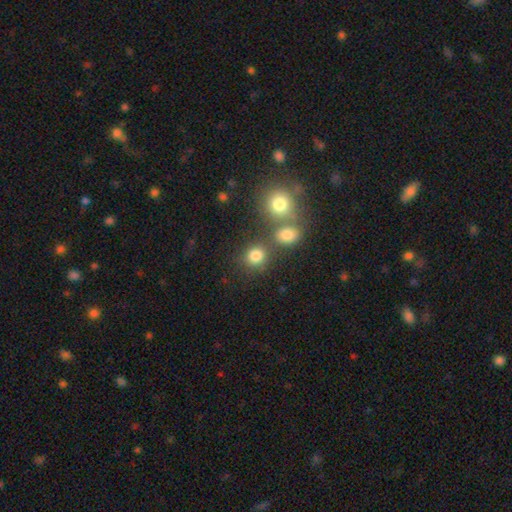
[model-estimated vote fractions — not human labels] Overall: smooth (79%). How rounded: round (82%). Merging: none (65%).